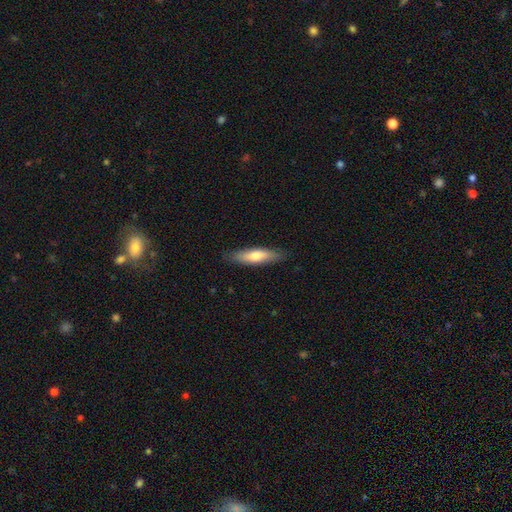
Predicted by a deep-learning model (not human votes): Smooth or featured?
  - smooth: 65% *
  - featured or disk: 29%
  - star or artifact: 5%
How rounded?
  - cigar-shaped: 72% *
  - in between: 26%
  - round: 2%
Merging?
  - none: 86% *
  - minor disturbance: 11%
  - major disturbance: 2%
  - merger: 1%